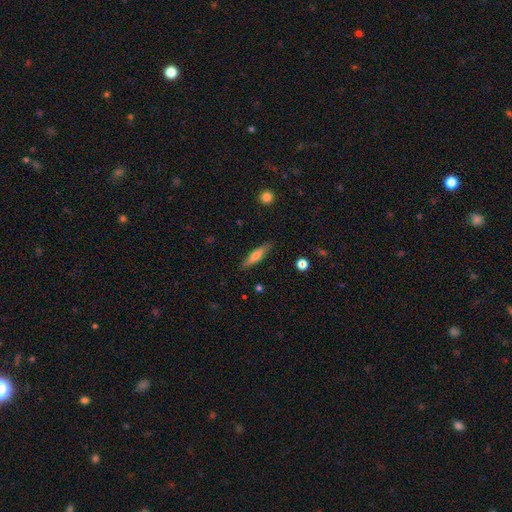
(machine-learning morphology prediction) Smooth or featured?
  - smooth: 63% *
  - featured or disk: 31%
  - star or artifact: 6%
How rounded?
  - cigar-shaped: 76% *
  - in between: 22%
  - round: 2%
Merging?
  - none: 85% *
  - minor disturbance: 11%
  - major disturbance: 2%
  - merger: 1%